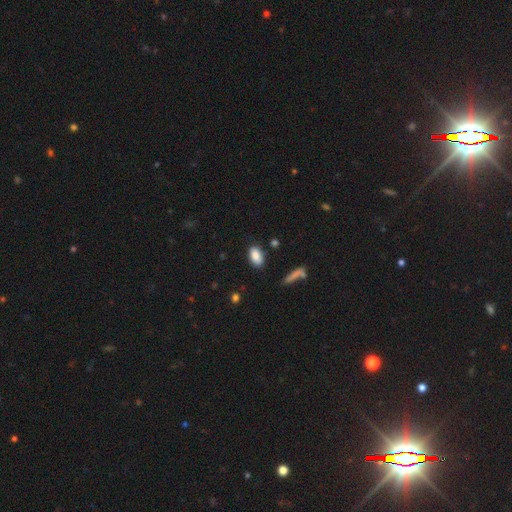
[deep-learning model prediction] smooth_or_featured: smooth (p=0.87) [alt: star or artifact p=0.07]
how_rounded: in between (p=0.91) [alt: round p=0.06]
merging: none (p=0.83) [alt: minor disturbance p=0.11]